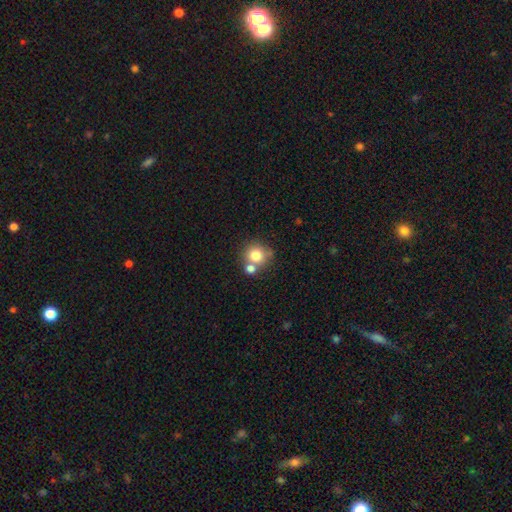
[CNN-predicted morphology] Smooth or featured? smooth (78%)
How rounded? round (85%)
Merging? none (53%)